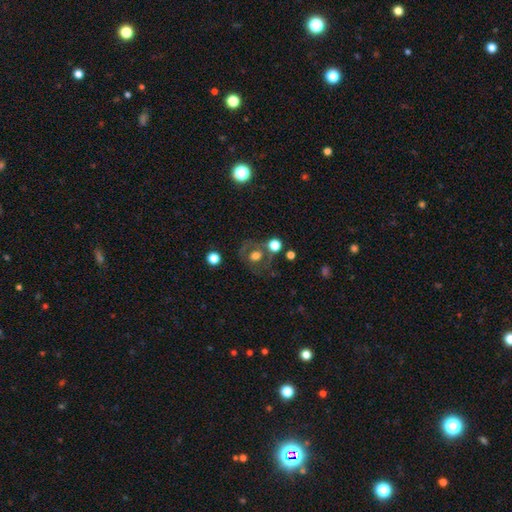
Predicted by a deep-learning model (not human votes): A smooth galaxy with no disk features (52%) that is round (74%). Merging: none (57%).